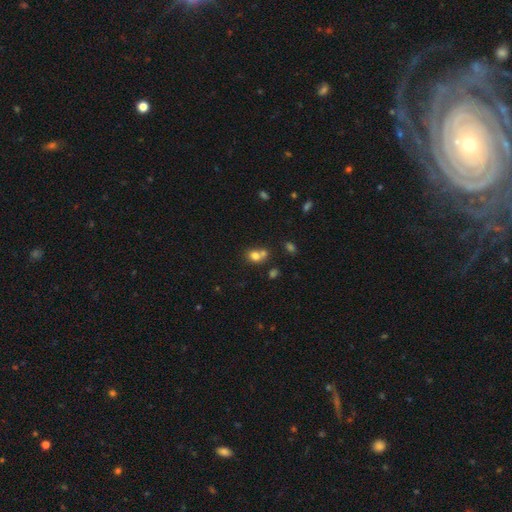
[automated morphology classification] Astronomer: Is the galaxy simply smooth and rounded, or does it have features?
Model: smooth — 75%.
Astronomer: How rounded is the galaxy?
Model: round — 65%.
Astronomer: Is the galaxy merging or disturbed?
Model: merger — 47% (runner-up: none, 40%).